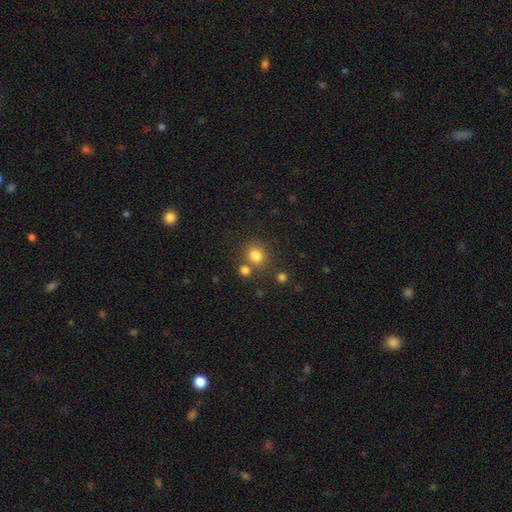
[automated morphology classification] type=smooth (81%); roundness=round (81%); merging=none (71%).